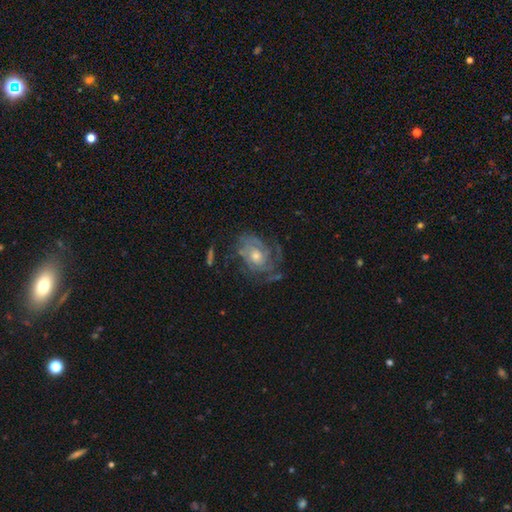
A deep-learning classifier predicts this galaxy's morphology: type=featured or disk (82%); edge-on=no (97%); bar=no (76%); spiral arms=yes (90%); winding=tight (61%); arm count=can't tell (37%); bulge=moderate (64%); merging=none (60%).